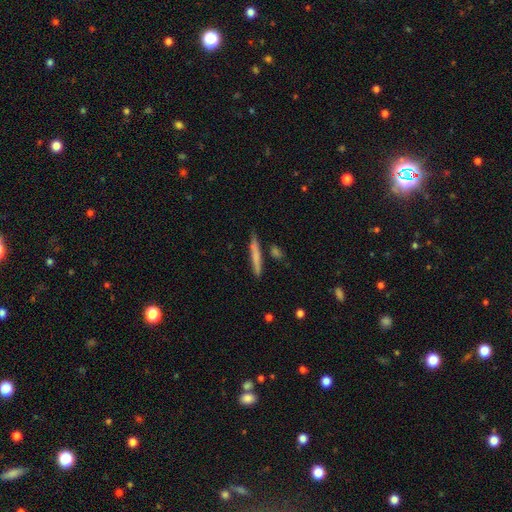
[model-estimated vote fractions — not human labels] smooth_or_featured: smooth (p=0.68) [alt: featured or disk p=0.26]
how_rounded: cigar-shaped (p=0.96) [alt: in between p=0.03]
merging: none (p=0.84) [alt: minor disturbance p=0.10]